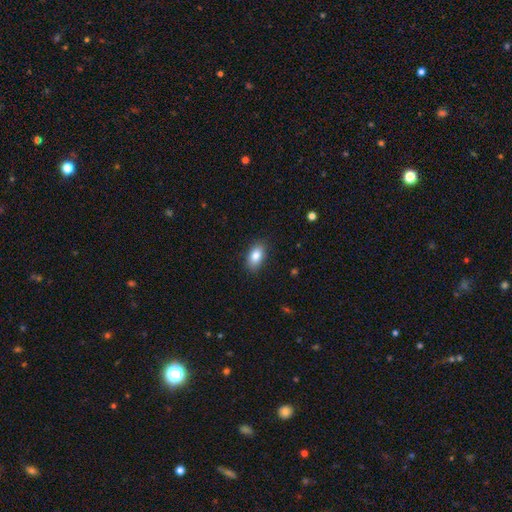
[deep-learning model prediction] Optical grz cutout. It shows a smooth galaxy with no disk features (85%) that is in between round and cigar-shaped (91%). Merging: none (86%).